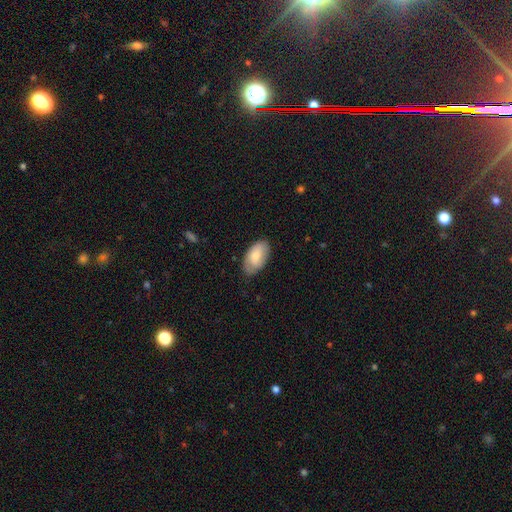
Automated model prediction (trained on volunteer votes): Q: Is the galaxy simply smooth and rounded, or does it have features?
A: smooth — 71%.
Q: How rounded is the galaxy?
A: in between — 95%.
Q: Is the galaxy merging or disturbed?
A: none — 76%.